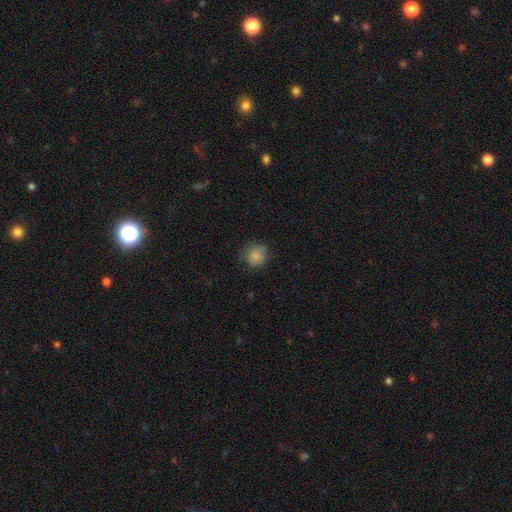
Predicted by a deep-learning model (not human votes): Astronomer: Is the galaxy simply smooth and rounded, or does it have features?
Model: smooth — 83%.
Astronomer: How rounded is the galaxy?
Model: round — 88%.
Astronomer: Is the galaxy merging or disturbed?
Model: none — 70%.